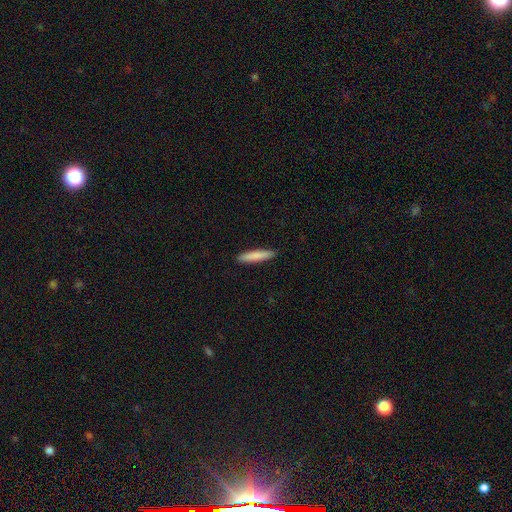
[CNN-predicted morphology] The model was most divided on "smooth or featured": smooth: 83%, featured or disk: 12%, star or artifact: 5%. More confident: merging — none (92%); how rounded — cigar-shaped (90%).